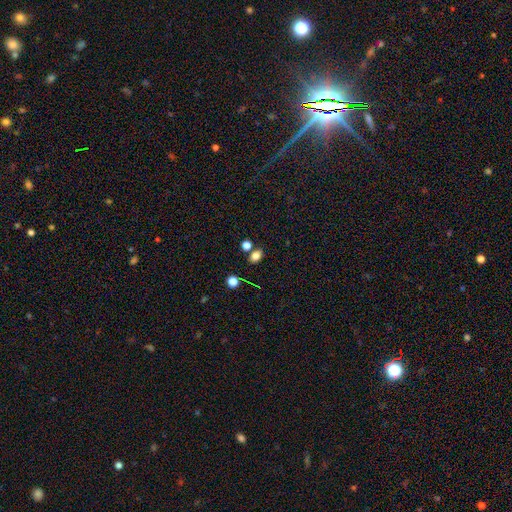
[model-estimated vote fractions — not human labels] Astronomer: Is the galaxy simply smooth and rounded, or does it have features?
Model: smooth — 79%.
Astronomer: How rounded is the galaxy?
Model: in between — 73%.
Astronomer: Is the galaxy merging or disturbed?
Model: none — 71%.